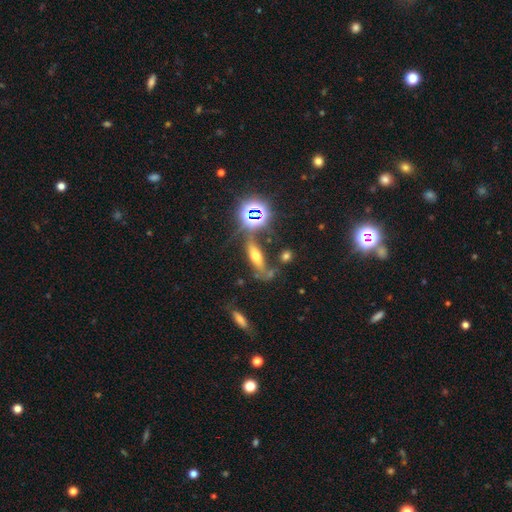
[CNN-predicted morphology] smooth-or-featured: smooth: 45% | featured or disk: 31% | star or artifact: 24%
  merging: none: 62% | minor disturbance: 18% | merger: 11% | major disturbance: 9%